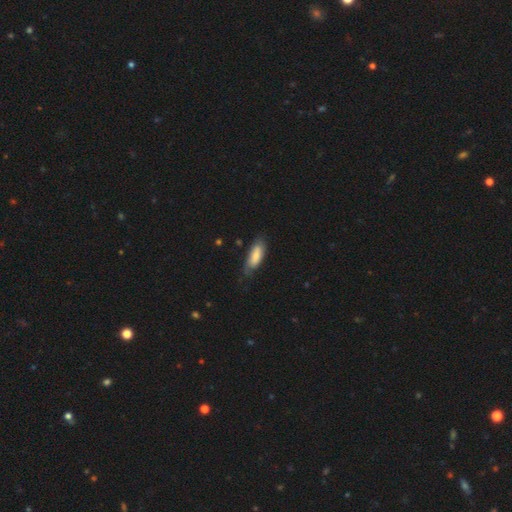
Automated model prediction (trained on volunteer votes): smooth 76%, featured or disk 18%, star or artifact 6%. Down the decision tree: how rounded — in between (70%); merging — none (60%).